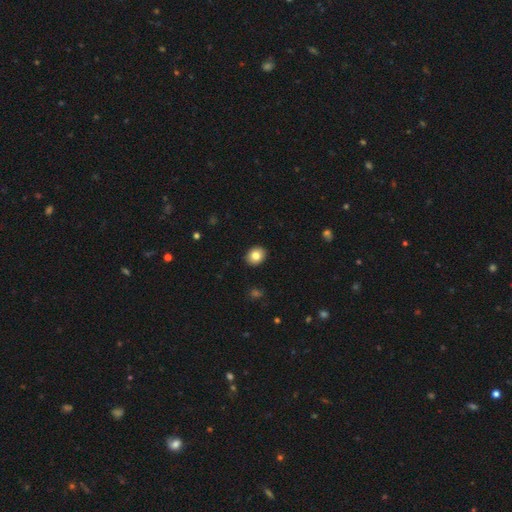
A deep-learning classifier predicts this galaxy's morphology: A smooth galaxy with no disk features (82%) that is round (59%). Merging: none (91%).